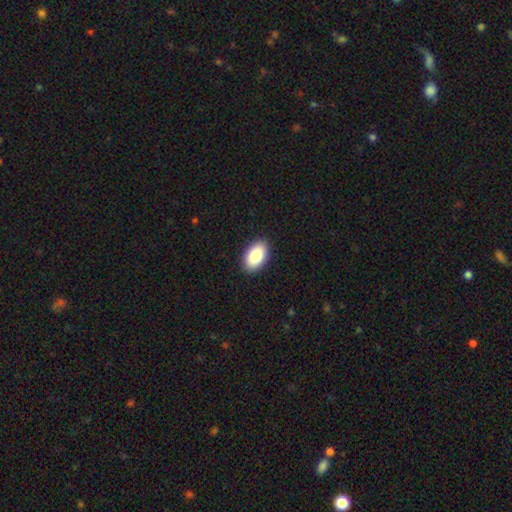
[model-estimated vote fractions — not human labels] Q: Smooth or featured?
A: smooth (86%); runner-up: featured or disk (7%)
Q: How rounded?
A: in between (94%); runner-up: round (4%)
Q: Merging?
A: none (90%); runner-up: minor disturbance (7%)